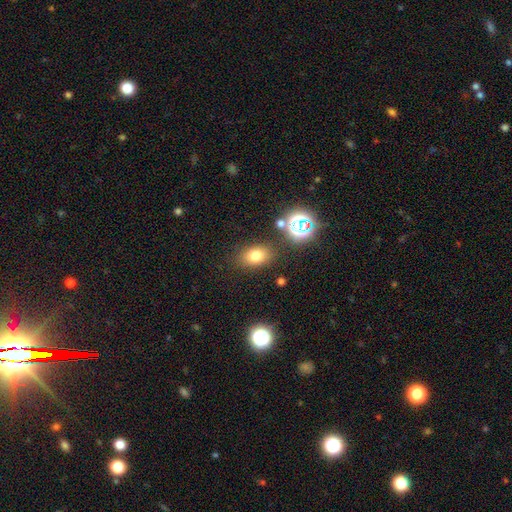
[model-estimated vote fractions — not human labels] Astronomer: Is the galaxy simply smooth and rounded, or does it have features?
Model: smooth — 74%.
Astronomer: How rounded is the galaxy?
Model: in between — 75%.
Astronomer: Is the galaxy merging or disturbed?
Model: none — 80%.